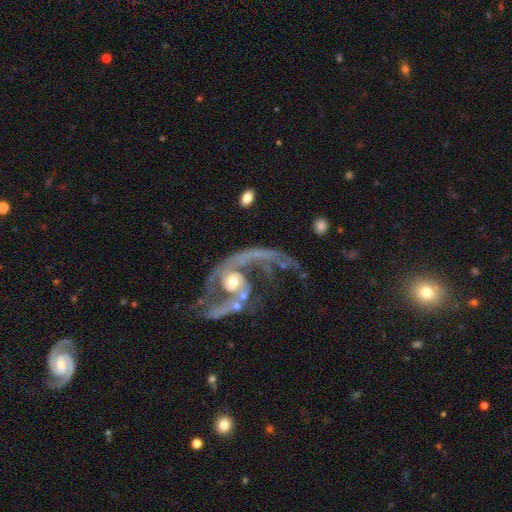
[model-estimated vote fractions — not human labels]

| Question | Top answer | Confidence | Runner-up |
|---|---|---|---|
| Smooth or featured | featured or disk | 84% | star or artifact (8%) |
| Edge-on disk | no | 96% | yes (4%) |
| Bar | no | 67% | weak (23%) |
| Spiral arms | yes | 85% | no (15%) |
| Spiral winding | loose | 67% | medium (25%) |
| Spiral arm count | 2 | 66% | 1 (18%) |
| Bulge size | moderate | 57% | small (31%) |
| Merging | major disturbance | 37% | merger (27%) |